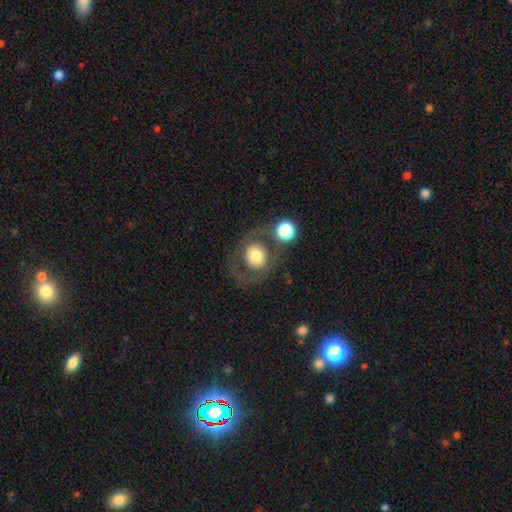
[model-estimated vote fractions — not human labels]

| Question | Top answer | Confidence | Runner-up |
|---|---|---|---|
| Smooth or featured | smooth | 55% | featured or disk (36%) |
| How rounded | round | 77% | in between (22%) |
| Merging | none | 64% | minor disturbance (14%) |